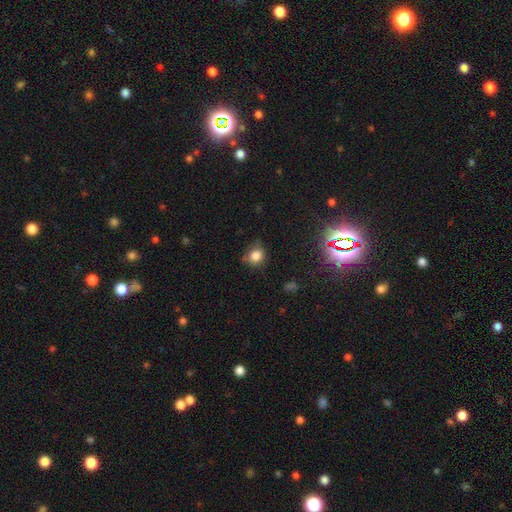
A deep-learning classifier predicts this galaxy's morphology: Overall: smooth (79%). How rounded: round (67%; in between 32%). Merging: none (59%; minor disturbance 30%).